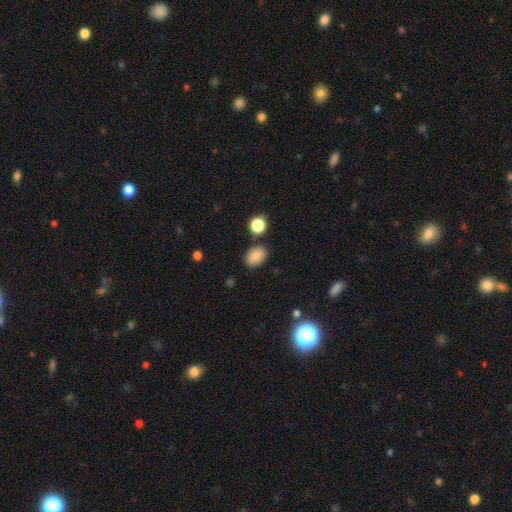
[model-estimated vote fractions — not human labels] Smooth or featured: smooth — 84% (star or artifact — 10%)
How rounded: in between — 78% (round — 21%)
Merging: none — 82% (minor disturbance — 11%)